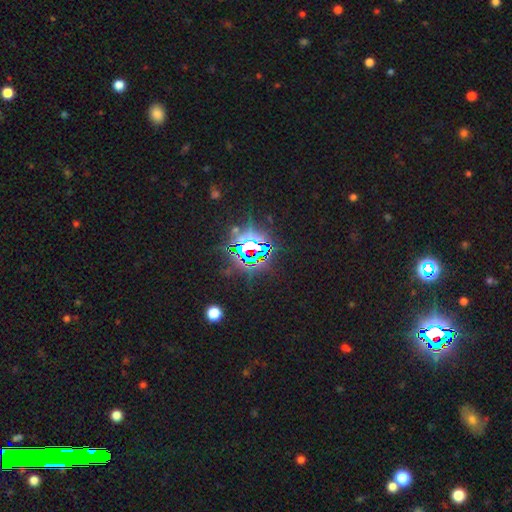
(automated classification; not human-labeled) smooth-or-featured: star or artifact: 84% | smooth: 9% | featured or disk: 7%